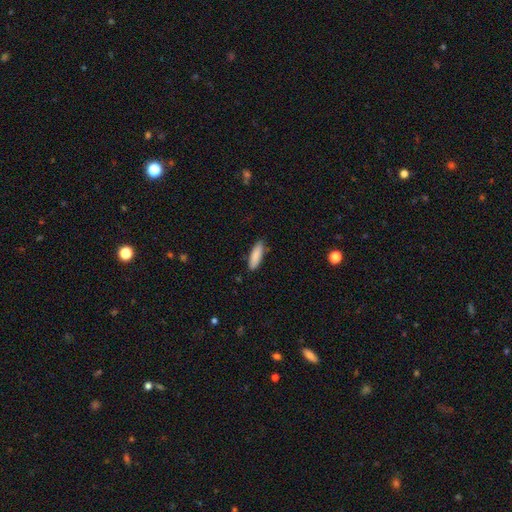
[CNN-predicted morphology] Smooth or featured?
  - smooth: 88% *
  - featured or disk: 6%
  - star or artifact: 6%
How rounded?
  - cigar-shaped: 50% *
  - in between: 49%
  - round: 1%
Merging?
  - none: 85% *
  - minor disturbance: 11%
  - major disturbance: 2%
  - merger: 2%